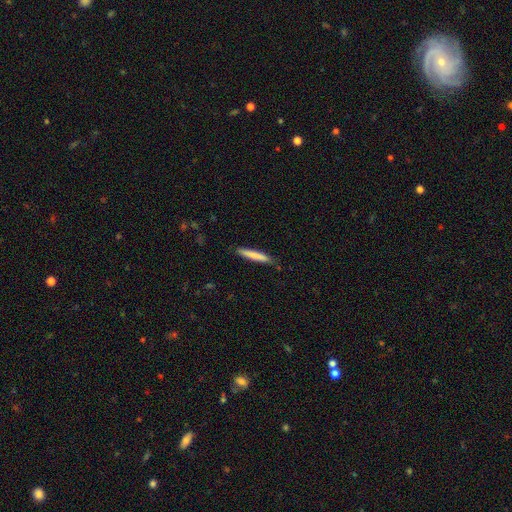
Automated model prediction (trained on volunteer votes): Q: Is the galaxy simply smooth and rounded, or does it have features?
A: smooth — 78%.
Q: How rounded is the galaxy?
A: cigar-shaped — 94%.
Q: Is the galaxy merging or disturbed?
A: none — 86%.